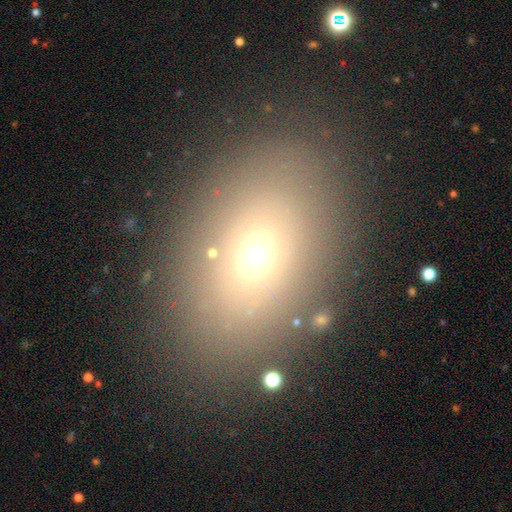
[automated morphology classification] smooth-or-featured: smooth: 64% | star or artifact: 18% | featured or disk: 18%
  how-rounded: in between: 73% | round: 25% | cigar-shaped: 2%
  merging: none: 83% | minor disturbance: 9% | major disturbance: 5% | merger: 3%